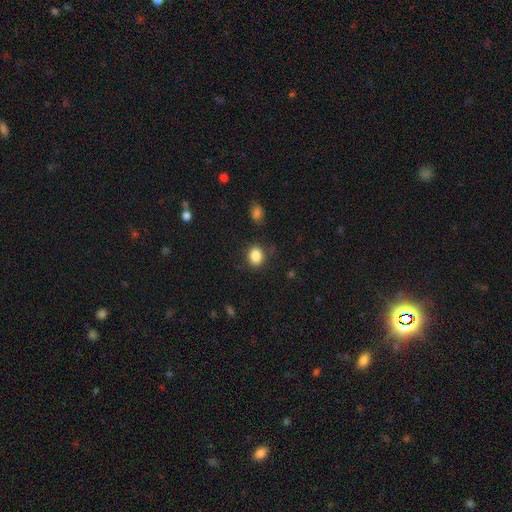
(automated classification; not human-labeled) Smooth or featured: smooth — 85% (star or artifact — 10%)
How rounded: round — 54% (in between — 45%)
Merging: none — 80% (minor disturbance — 14%)